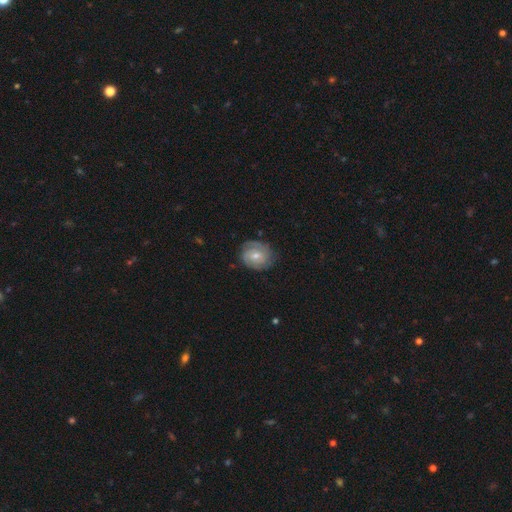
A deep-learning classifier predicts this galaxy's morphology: featured or disk 66%, smooth 26%, star or artifact 7%. Down the decision tree: edge-on disk — no (97%); bar — no (59%); spiral arms — yes (88%); spiral arm count — 2 (45%); spiral winding — tight (66%); bulge size — moderate (52%); merging — none (77%).